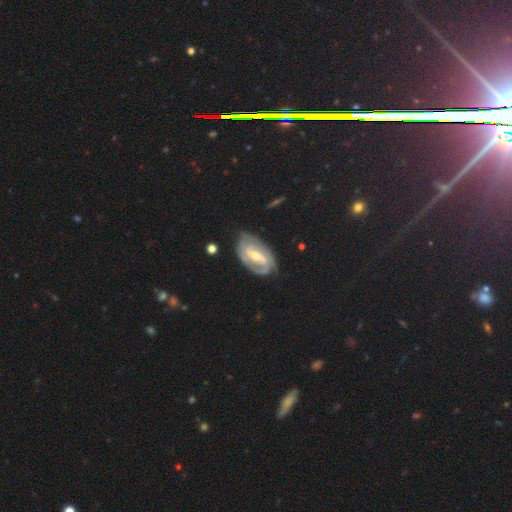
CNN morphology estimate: Smooth or featured? Predicted: featured or disk (p=0.82). Edge-on disk? Predicted: no (p=0.95). Bar? Predicted: strong (p=0.43). Spiral arms? Predicted: yes (p=0.88). Spiral winding? Predicted: tight (p=0.55). Spiral arm count? Predicted: 2 (p=0.62). Bulge size? Predicted: moderate (p=0.61). Merging? Predicted: none (p=0.70).